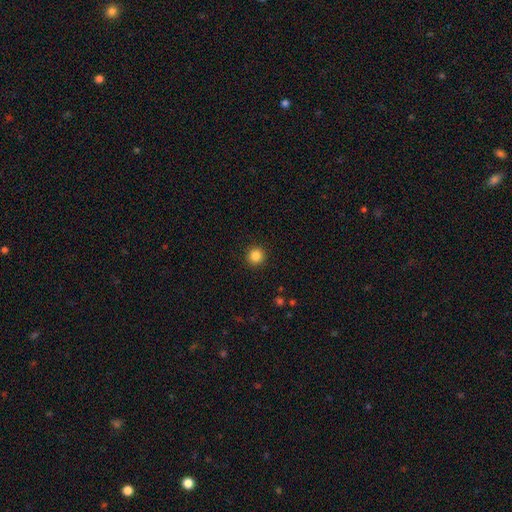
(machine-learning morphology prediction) Smooth or featured?
  - smooth: 85% *
  - star or artifact: 11%
  - featured or disk: 4%
How rounded?
  - round: 95% *
  - in between: 4%
  - cigar-shaped: 1%
Merging?
  - none: 93% *
  - minor disturbance: 5%
  - major disturbance: 2%
  - merger: 1%